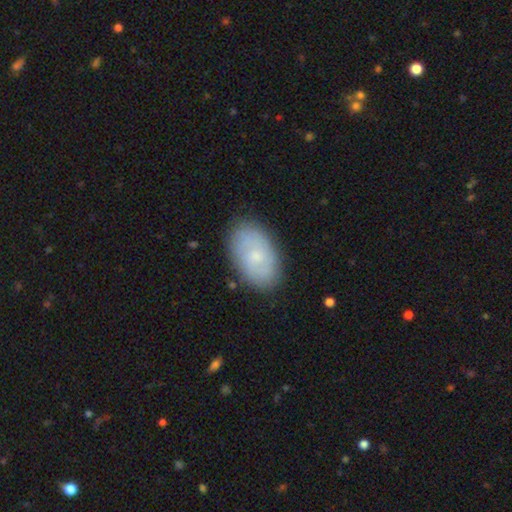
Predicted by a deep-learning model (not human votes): Smooth or featured? Predicted: smooth (p=0.58). How rounded? Predicted: in between (p=0.92). Merging? Predicted: none (p=0.83).